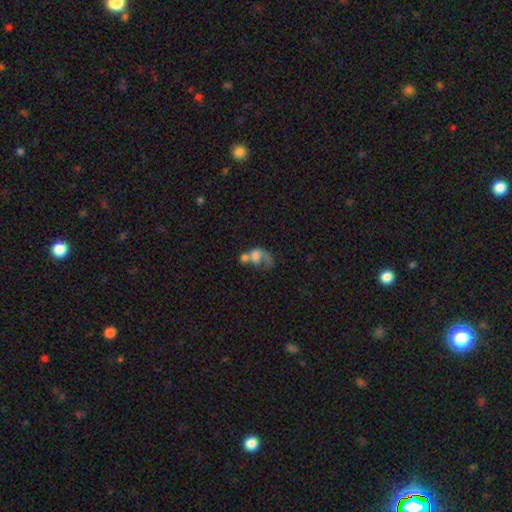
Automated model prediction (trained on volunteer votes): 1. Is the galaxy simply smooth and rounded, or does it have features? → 49% smooth, 41% featured or disk, 10% star or artifact.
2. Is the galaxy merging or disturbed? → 54% merger, 24% major disturbance, 14% none, 8% minor disturbance.